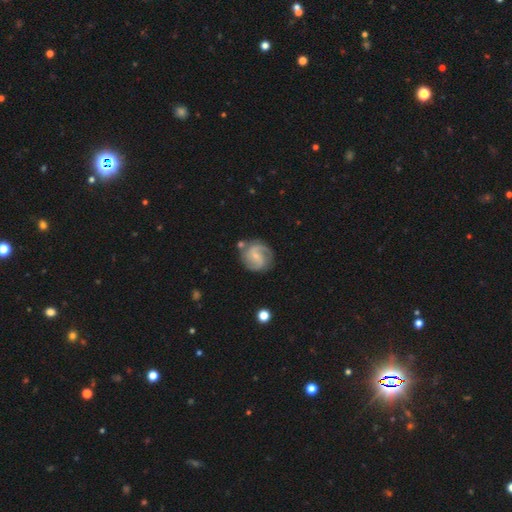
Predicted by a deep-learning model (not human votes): featured or disk 81%, smooth 13%, star or artifact 5%. Down the decision tree: edge-on disk — no (98%); bar — weak (46%); spiral arms — yes (96%); spiral arm count — 2 (74%); spiral winding — medium (51%); bulge size — small (73%); merging — none (71%).